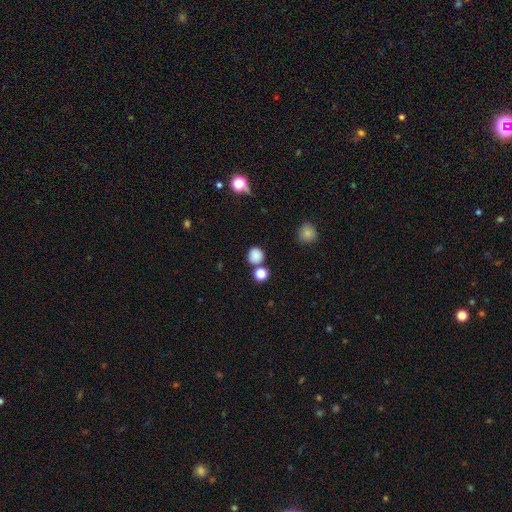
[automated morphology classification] Smooth or featured?
  - smooth: 83% *
  - star or artifact: 12%
  - featured or disk: 4%
How rounded?
  - round: 87% *
  - in between: 12%
  - cigar-shaped: 1%
Merging?
  - none: 75% *
  - merger: 13%
  - minor disturbance: 9%
  - major disturbance: 3%